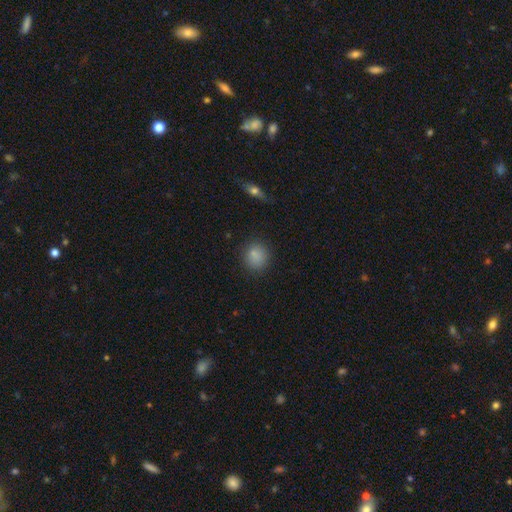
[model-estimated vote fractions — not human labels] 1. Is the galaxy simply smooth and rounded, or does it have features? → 84% smooth, 10% star or artifact, 6% featured or disk.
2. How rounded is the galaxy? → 83% round, 16% in between, 1% cigar-shaped.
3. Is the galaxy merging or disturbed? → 85% none, 10% minor disturbance, 3% major disturbance, 2% merger.